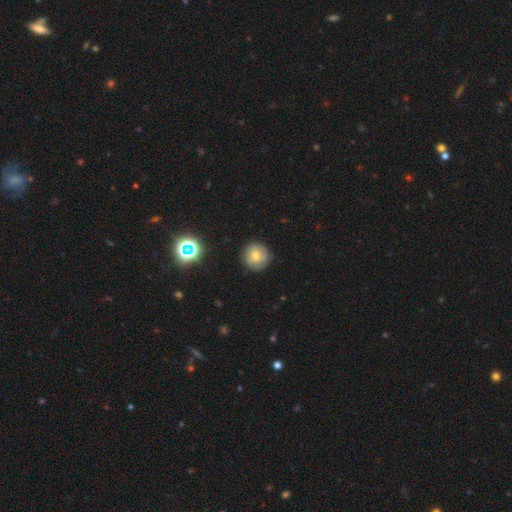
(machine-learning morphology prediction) Smooth or featured? Predicted: smooth (p=0.56). How rounded? Predicted: round (p=0.94). Merging? Predicted: none (p=0.86).